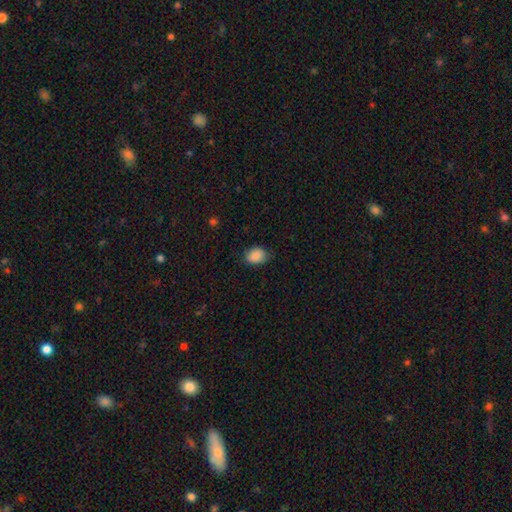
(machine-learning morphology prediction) type=smooth (89%); roundness=in between (67%); merging=none (77%).